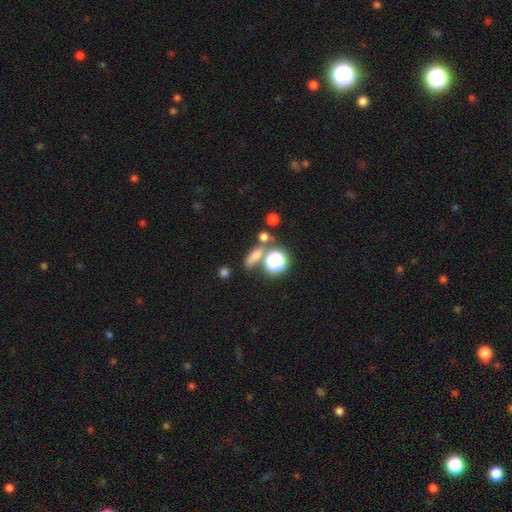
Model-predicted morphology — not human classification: Smooth or featured? Predicted: smooth (p=0.63). How rounded? Predicted: in between (p=0.50). Merging? Predicted: none (p=0.63).